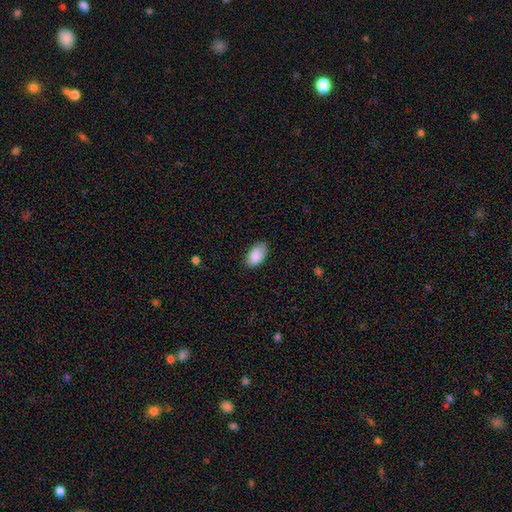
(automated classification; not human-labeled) Q: Smooth or featured?
A: smooth (87%); runner-up: star or artifact (7%)
Q: How rounded?
A: in between (94%); runner-up: round (4%)
Q: Merging?
A: none (71%); runner-up: minor disturbance (23%)